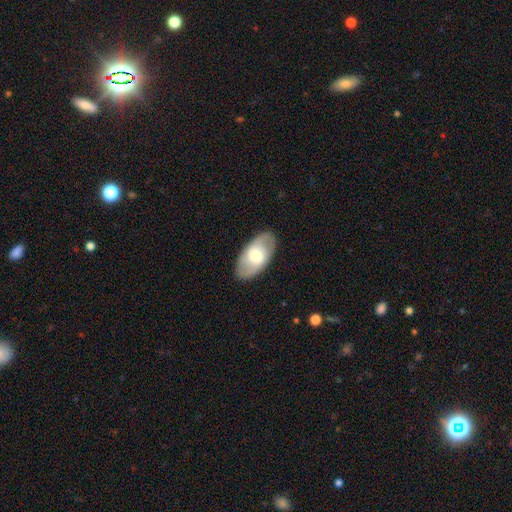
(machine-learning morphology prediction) Smooth or featured? smooth (53%)
How rounded? in between (94%)
Merging? none (85%)